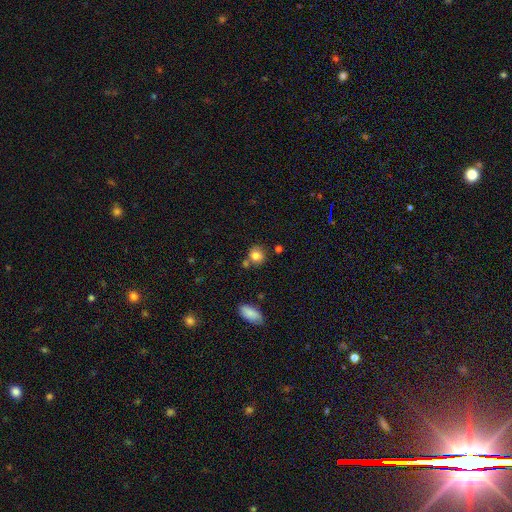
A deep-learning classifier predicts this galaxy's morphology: Overall: smooth (82%). How rounded: round (82%). Merging: none (69%).